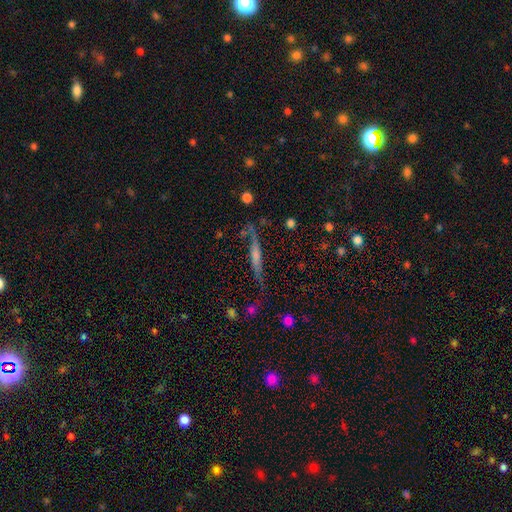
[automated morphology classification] The model was most divided on "smooth or featured": featured or disk: 48%, smooth: 42%, star or artifact: 10%. More confident: merging — none (62%).